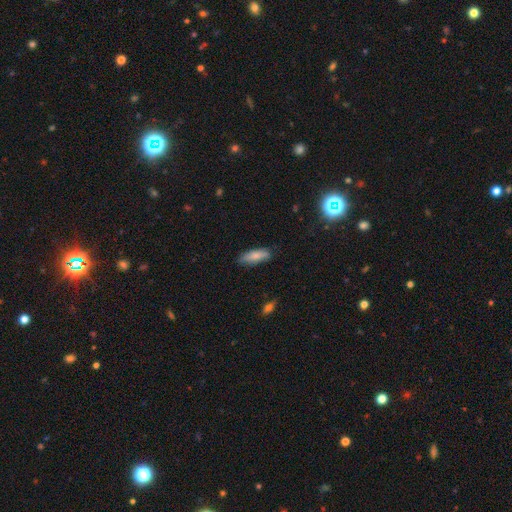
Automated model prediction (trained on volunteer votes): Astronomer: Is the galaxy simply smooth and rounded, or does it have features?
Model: smooth — 79%.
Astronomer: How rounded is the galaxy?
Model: in between — 50% (runner-up: cigar-shaped, 49%).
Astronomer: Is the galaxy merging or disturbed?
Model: none — 78%.